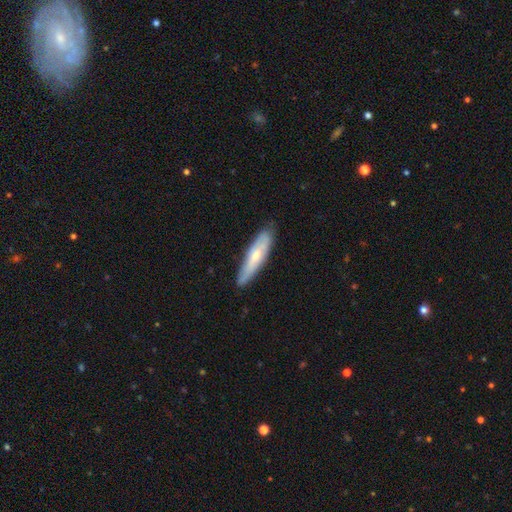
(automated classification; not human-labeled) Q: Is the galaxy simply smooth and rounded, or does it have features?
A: smooth — 54%.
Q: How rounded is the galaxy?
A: cigar-shaped — 76%.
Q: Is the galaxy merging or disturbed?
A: none — 80%.